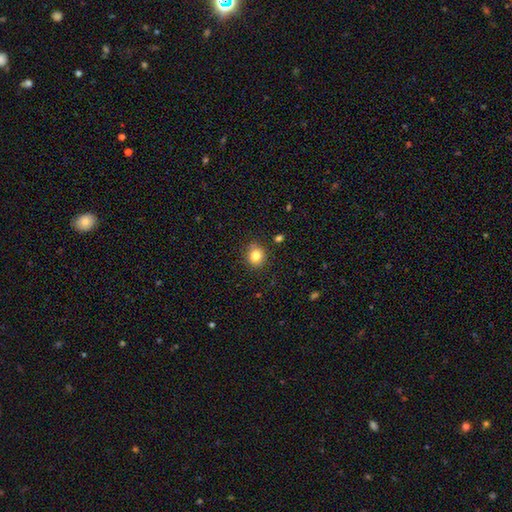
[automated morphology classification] smooth-or-featured: smooth: 82% | star or artifact: 11% | featured or disk: 7%
  how-rounded: round: 84% | in between: 15% | cigar-shaped: 1%
  merging: none: 86% | minor disturbance: 9% | major disturbance: 2% | merger: 2%